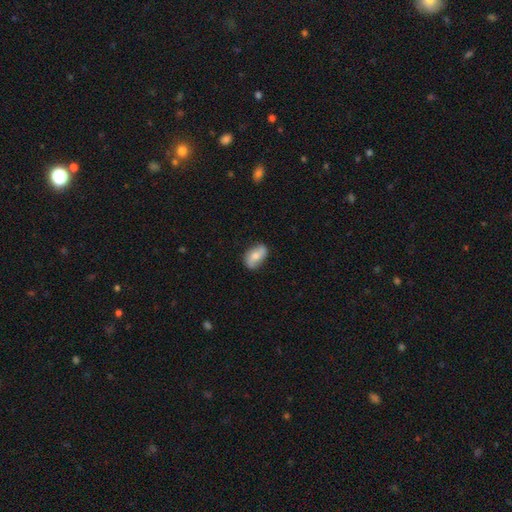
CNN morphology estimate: A smooth galaxy with no disk features (59%) that is in between round and cigar-shaped (89%).

Vote fractions:
- Smooth or featured? smooth: 59% / featured or disk: 33% / star or artifact: 7%
- How rounded? in between: 89% / round: 7% / cigar-shaped: 4%
- Merging? none: 77% / minor disturbance: 18% / major disturbance: 4% / merger: 1%